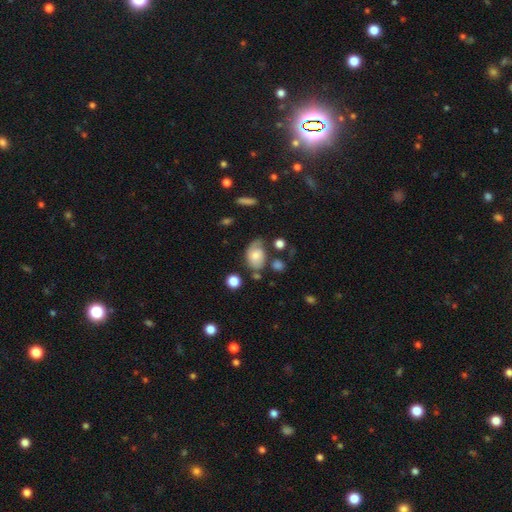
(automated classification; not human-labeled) The model was most divided on "merging": none: 42%, minor disturbance: 32%, major disturbance: 19%, merger: 7%. More confident: how rounded — in between (79%); smooth or featured — smooth (61%).